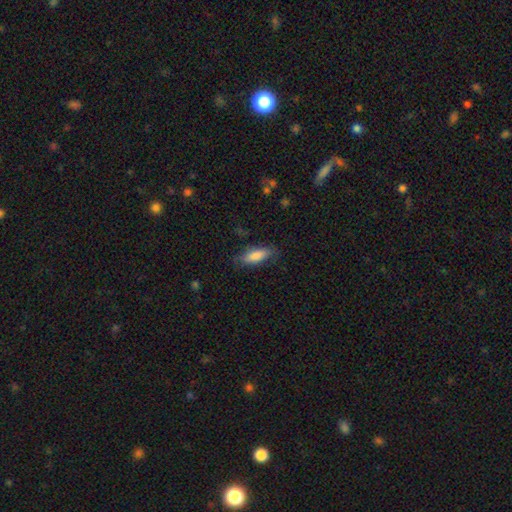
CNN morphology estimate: Overall: smooth (81%). How rounded: in between (64%; cigar-shaped 34%). Merging: none (76%).